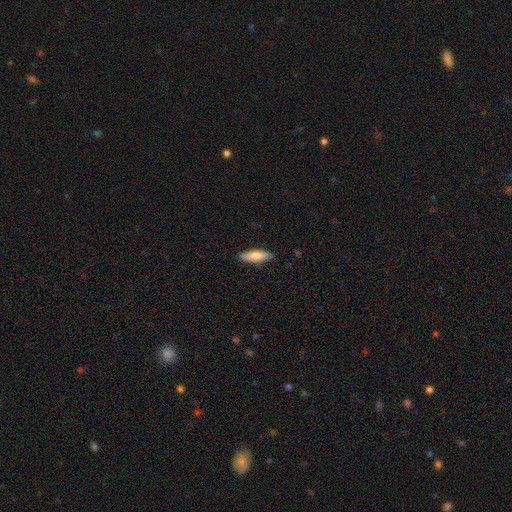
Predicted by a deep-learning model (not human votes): This is likely a smooth galaxy (79%). How rounded: possibly cigar-shaped (52%). Merging: clearly none (86%).